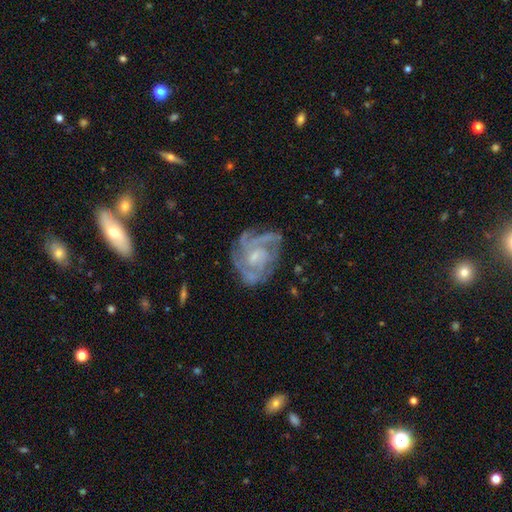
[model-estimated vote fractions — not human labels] Smooth or featured: featured or disk — 85% (smooth — 8%)
Edge-on disk: no — 98% (yes — 2%)
Bar: no — 58% (weak — 35%)
Spiral arms: yes — 95% (no — 5%)
Spiral winding: tight — 53% (medium — 38%)
Spiral arm count: 3 — 31% (can't tell — 23%)
Bulge size: small — 60% (moderate — 29%)
Merging: none — 65% (minor disturbance — 21%)